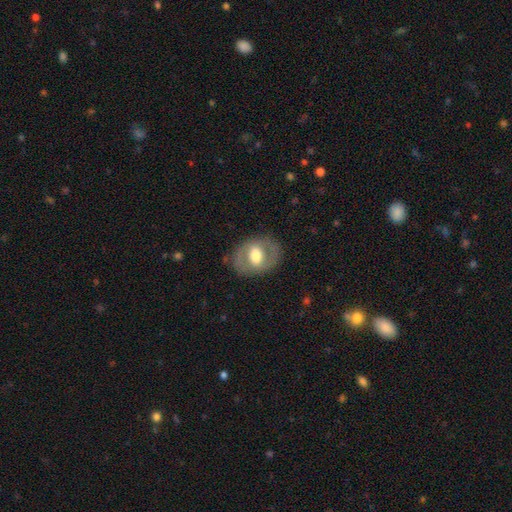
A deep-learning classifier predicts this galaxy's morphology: This appears to be a featured or disk galaxy (53%). Merging: none (79%).